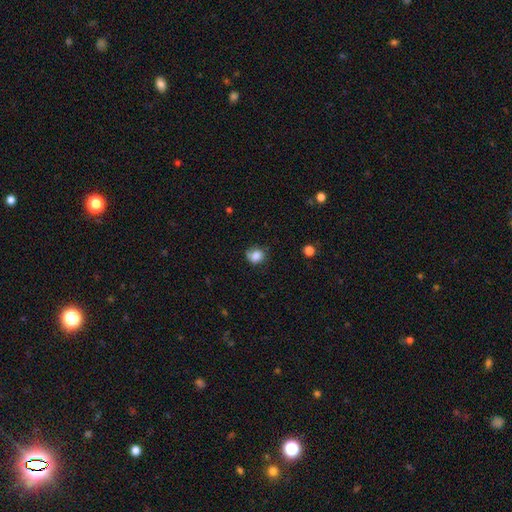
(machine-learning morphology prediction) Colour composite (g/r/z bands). It shows a smooth galaxy with no disk features (77%) that is round (67%). Merging: none (60%).